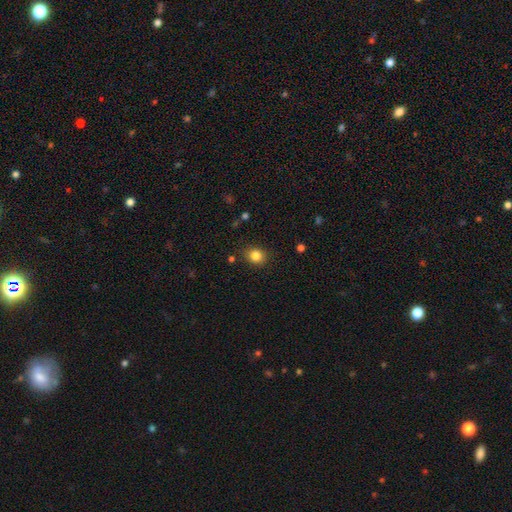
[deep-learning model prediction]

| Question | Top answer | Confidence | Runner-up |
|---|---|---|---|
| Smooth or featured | smooth | 84% | star or artifact (11%) |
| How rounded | round | 72% | in between (27%) |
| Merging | none | 85% | minor disturbance (10%) |